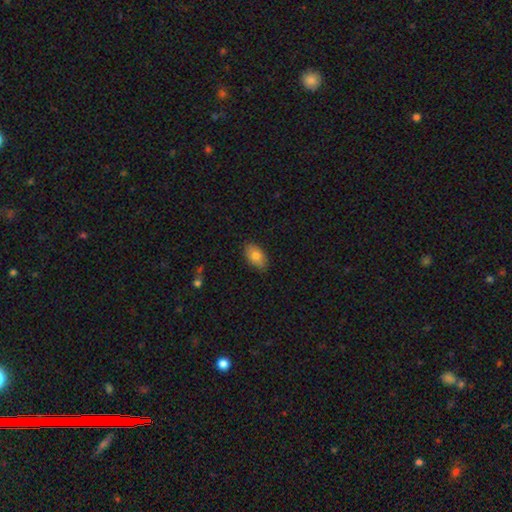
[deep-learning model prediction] Smooth or featured? Predicted: smooth (p=0.80). How rounded? Predicted: in between (p=0.92). Merging? Predicted: none (p=0.83).